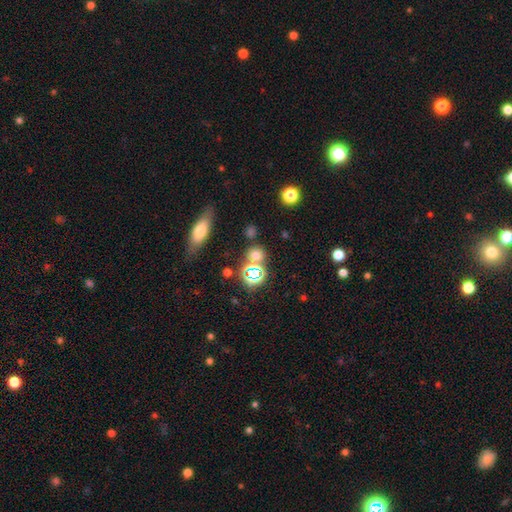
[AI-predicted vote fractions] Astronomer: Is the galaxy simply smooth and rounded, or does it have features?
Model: smooth — 59%.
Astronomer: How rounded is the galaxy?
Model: round — 80%.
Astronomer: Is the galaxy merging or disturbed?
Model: none — 73%.